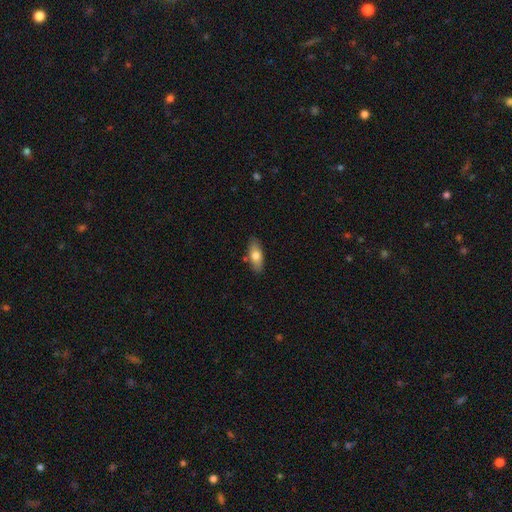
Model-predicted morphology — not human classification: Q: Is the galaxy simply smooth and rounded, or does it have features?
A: smooth — 72%.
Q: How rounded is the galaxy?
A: in between — 81%.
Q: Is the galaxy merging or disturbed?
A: none — 83%.